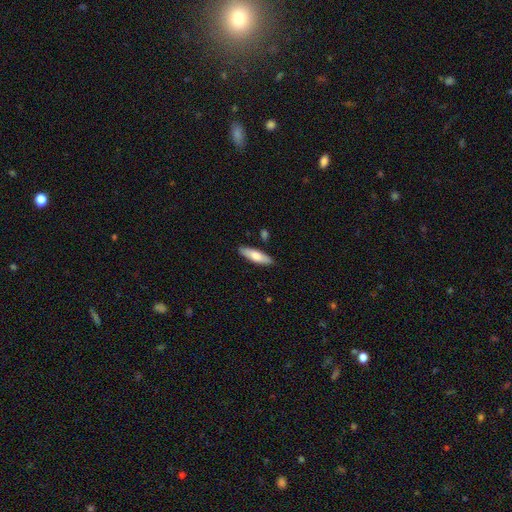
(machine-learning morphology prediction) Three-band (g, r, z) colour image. It shows a smooth galaxy with no disk features (72%) that is cigar-shaped (56%). Merging: none (86%).